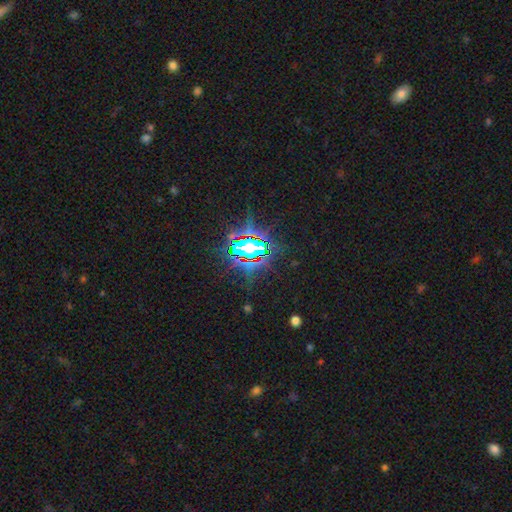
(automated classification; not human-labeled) Smooth or featured: star or artifact — 82% (smooth — 10%)